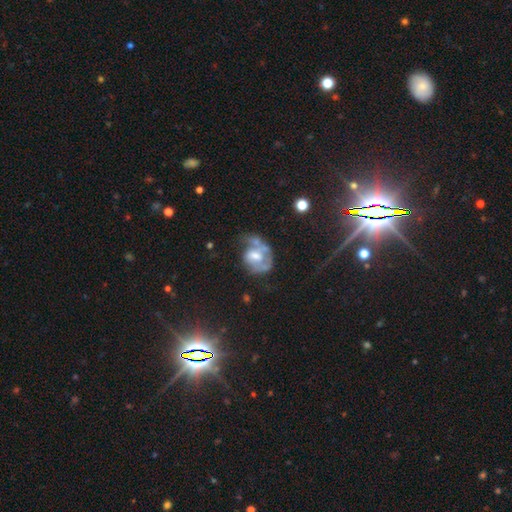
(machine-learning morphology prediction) smooth-or-featured: featured or disk: 60% | smooth: 31% | star or artifact: 9%
  disk-edge-on: no: 97% | yes: 3%
    bar: no: 53% | weak: 37% | strong: 11%
    has-spiral-arms: yes: 55% | no: 45%
    bulge-size: moderate: 56% | small: 22% | large: 13% | none: 8% | dominant: 2%
  merging: major disturbance: 31% | none: 29% | minor disturbance: 24% | merger: 16%